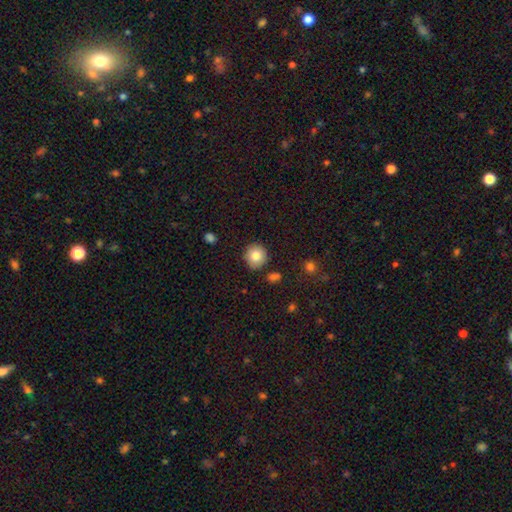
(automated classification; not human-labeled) smooth 82%, featured or disk 10%, star or artifact 9%. Down the decision tree: how rounded — round (91%); merging — none (88%).